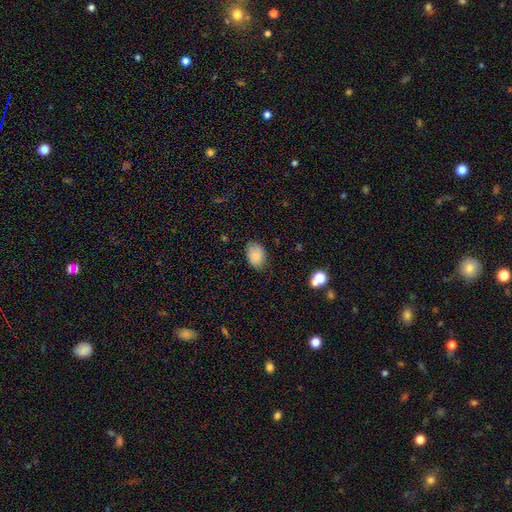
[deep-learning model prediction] This is clearly a smooth galaxy (83%). How rounded: clearly in between (82%). Merging: likely none (76%).